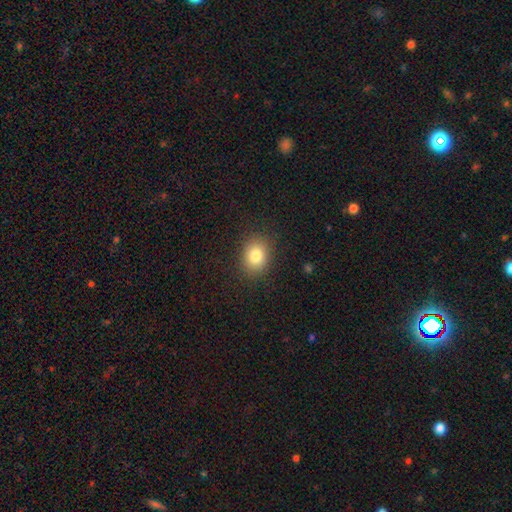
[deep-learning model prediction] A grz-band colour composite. It shows a smooth galaxy with no disk features (82%) that is in between round and cigar-shaped (52%). Merging: none (86%).